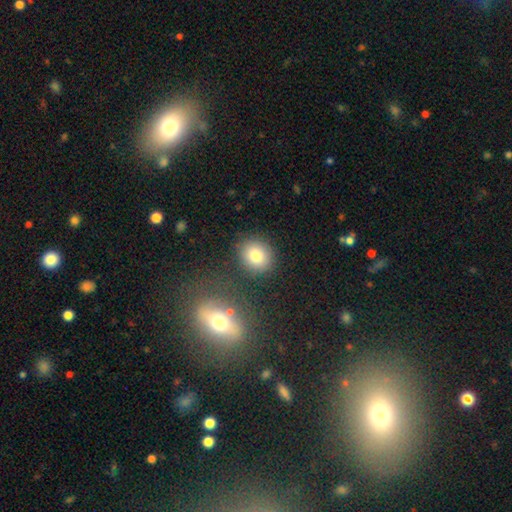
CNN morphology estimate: The model was most divided on "how rounded": round: 67%, in between: 32%, cigar-shaped: 1%. More confident: merging — none (83%); smooth or featured — smooth (82%).